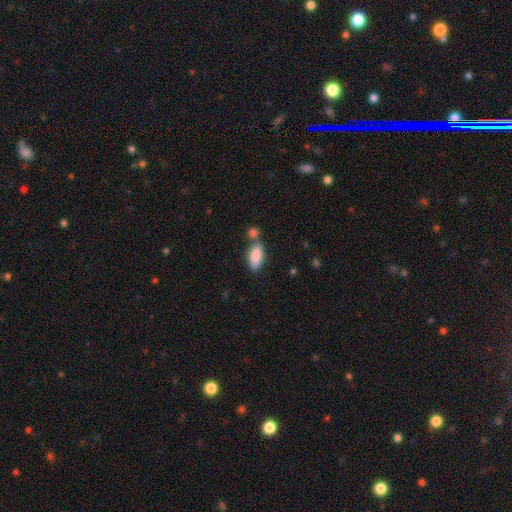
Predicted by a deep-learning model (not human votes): smooth-or-featured: smooth: 85% | featured or disk: 9% | star or artifact: 7%
  how-rounded: in between: 85% | cigar-shaped: 13% | round: 3%
  merging: none: 53% | merger: 29% | minor disturbance: 14% | major disturbance: 4%